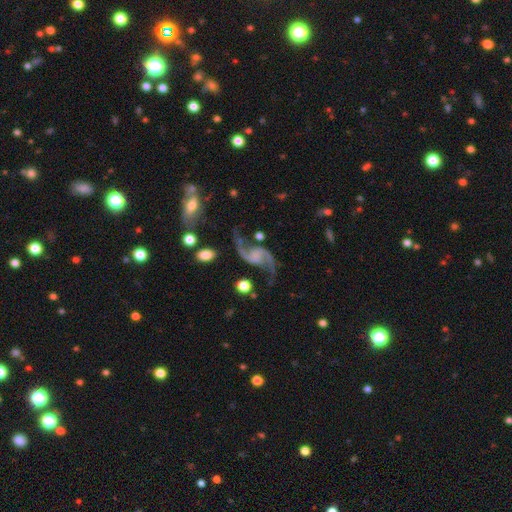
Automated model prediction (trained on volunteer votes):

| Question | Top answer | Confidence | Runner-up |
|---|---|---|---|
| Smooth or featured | featured or disk | 91% | star or artifact (5%) |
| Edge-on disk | no | 98% | yes (2%) |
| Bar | no | 58% | weak (32%) |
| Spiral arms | yes | 97% | no (3%) |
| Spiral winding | loose | 85% | medium (13%) |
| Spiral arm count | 2 | 94% | 1 (1%) |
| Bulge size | none | 64% | small (19%) |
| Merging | none | 70% | minor disturbance (16%) |